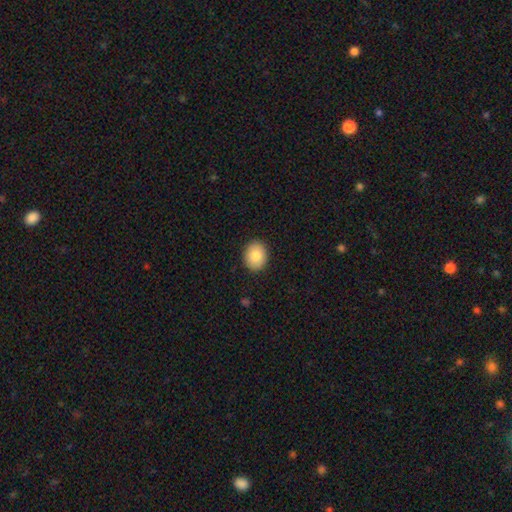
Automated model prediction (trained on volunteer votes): A smooth galaxy with no disk features (86%) that is in between round and cigar-shaped (51%). Merging: none (90%).